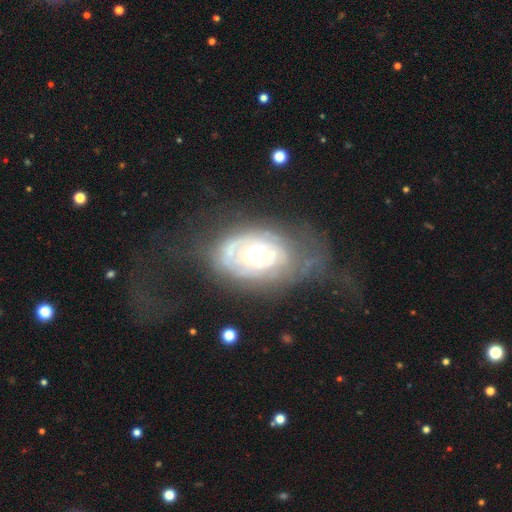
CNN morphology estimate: This appears to be a featured or disk galaxy (78%) with no bar (82%), tight (70%) spiral arms (69%) and a moderate central bulge (47%). Merging: none (51%).